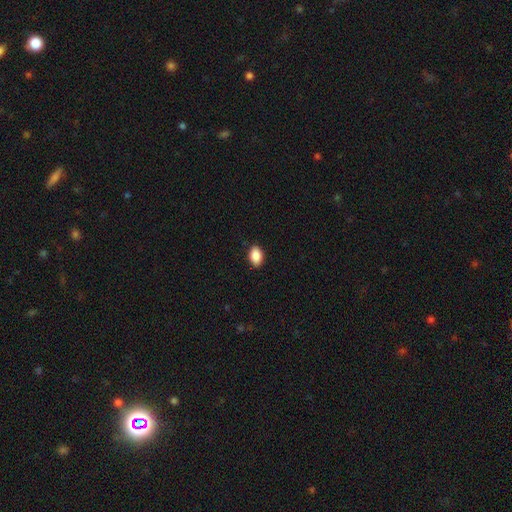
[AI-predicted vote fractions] A smooth galaxy with no disk features (89%) that is in between round and cigar-shaped (86%).

Vote fractions:
- Smooth or featured? smooth: 89% / star or artifact: 7% / featured or disk: 3%
- How rounded? in between: 86% / round: 13% / cigar-shaped: 1%
- Merging? none: 89% / minor disturbance: 8% / major disturbance: 2% / merger: 1%